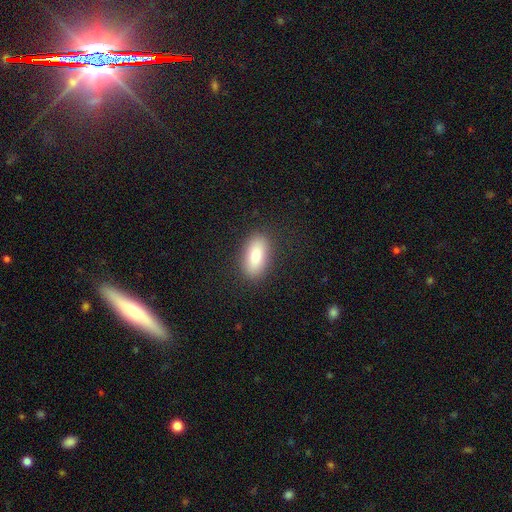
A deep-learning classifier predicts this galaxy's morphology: A smooth galaxy with no disk features (80%) that is in between round and cigar-shaped (87%). Merging: none (87%).